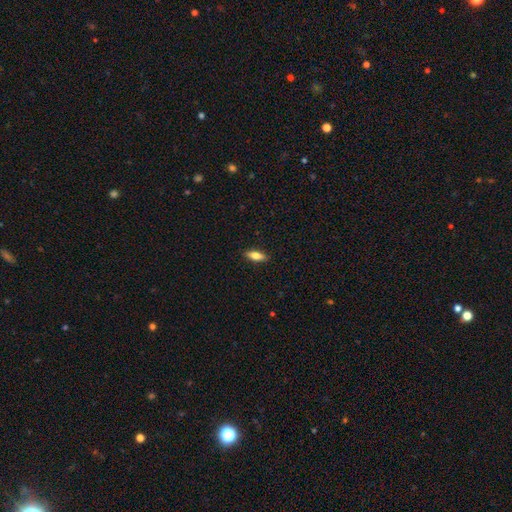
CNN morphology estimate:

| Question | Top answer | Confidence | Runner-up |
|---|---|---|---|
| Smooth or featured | smooth | 70% | featured or disk (23%) |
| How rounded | in between | 62% | cigar-shaped (35%) |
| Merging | none | 89% | minor disturbance (8%) |